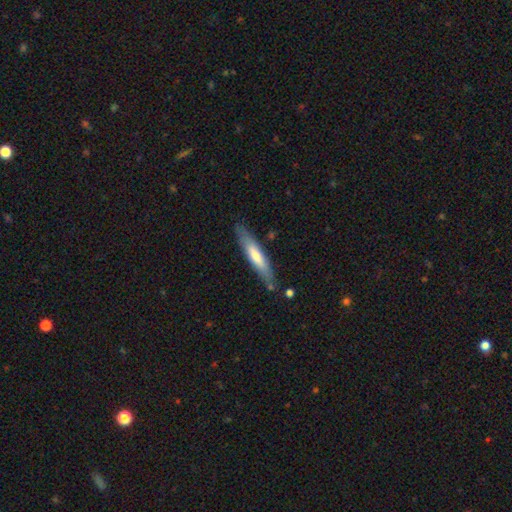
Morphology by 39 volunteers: Smooth or featured? 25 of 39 (64%) said featured or disk. Edge-on disk? 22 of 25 (88%) said yes. Edge-on bulge? 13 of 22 (59%) said none. Merging? 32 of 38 (84%) said none.